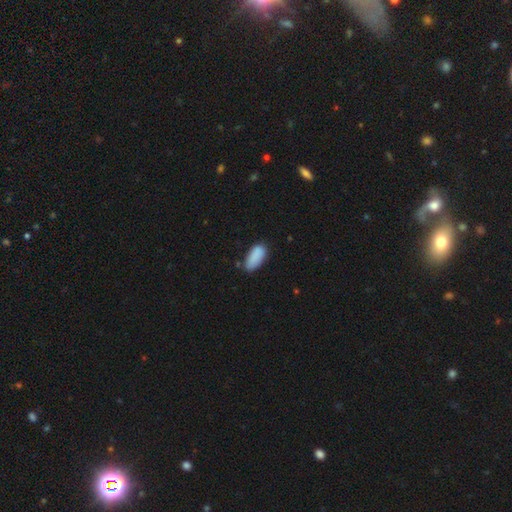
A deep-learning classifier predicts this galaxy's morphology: Overall: smooth (87%). How rounded: in between (87%). Merging: none (68%).